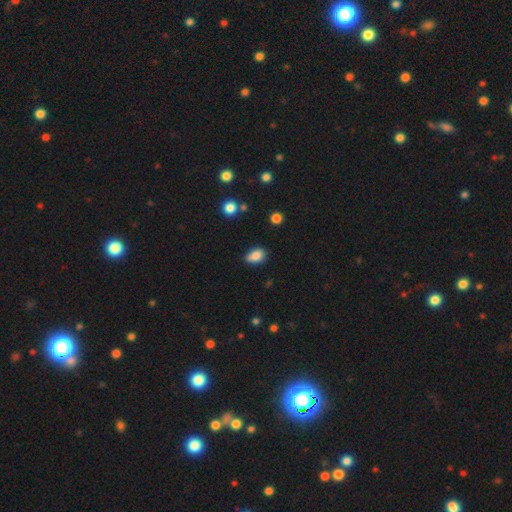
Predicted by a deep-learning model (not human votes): Q: Smooth or featured?
A: smooth (84%); runner-up: star or artifact (9%)
Q: How rounded?
A: in between (83%); runner-up: round (16%)
Q: Merging?
A: none (73%); runner-up: minor disturbance (22%)